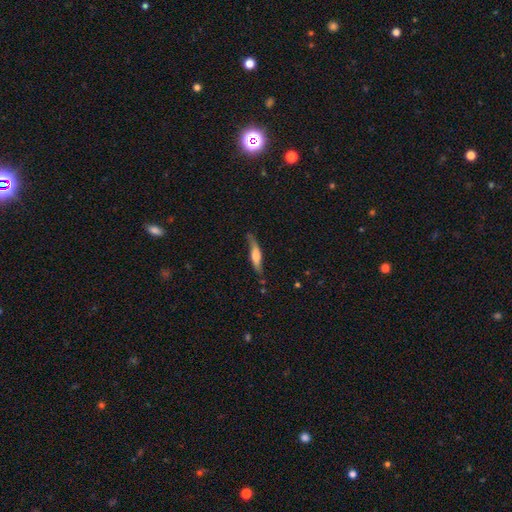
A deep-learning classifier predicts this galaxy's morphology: Overall: featured or disk (48%; smooth 46%). Merging: none (67%).